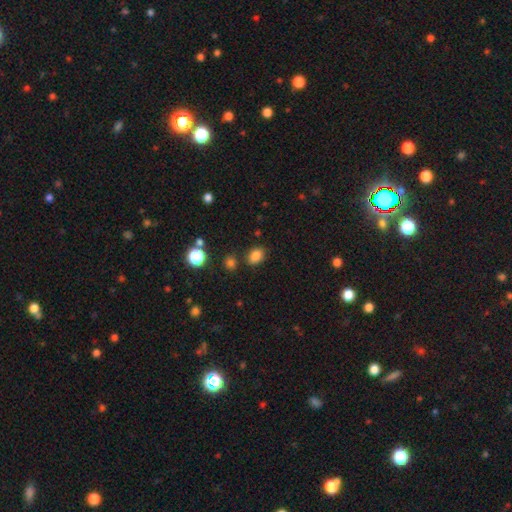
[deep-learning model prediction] Morphology: type=smooth (81%); roundness=in between (64%); merging=none (80%).